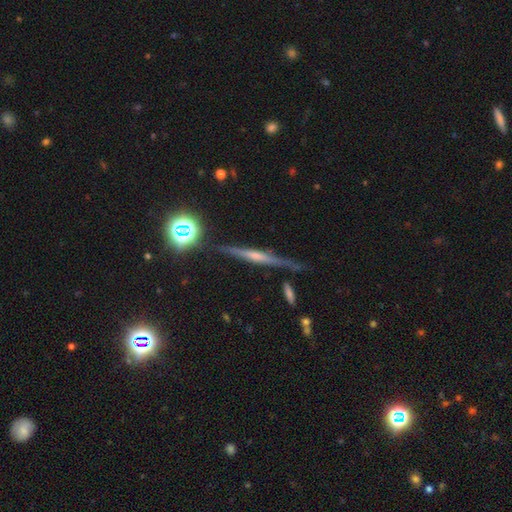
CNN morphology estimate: Smooth or featured?
  - featured or disk: 63% *
  - smooth: 22%
  - star or artifact: 15%
Edge-on disk?
  - yes: 96% *
  - no: 4%
Edge-on bulge?
  - rounded: 50% *
  - none: 29%
  - boxy: 21%
Merging?
  - none: 80% *
  - minor disturbance: 13%
  - merger: 4%
  - major disturbance: 4%